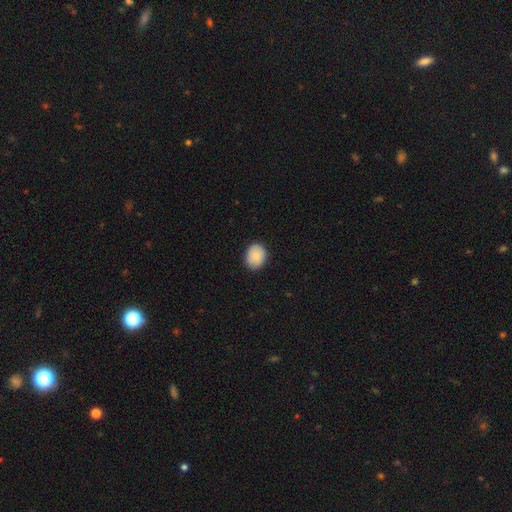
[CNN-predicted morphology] type=smooth (87%); roundness=round (53%); merging=none (88%).